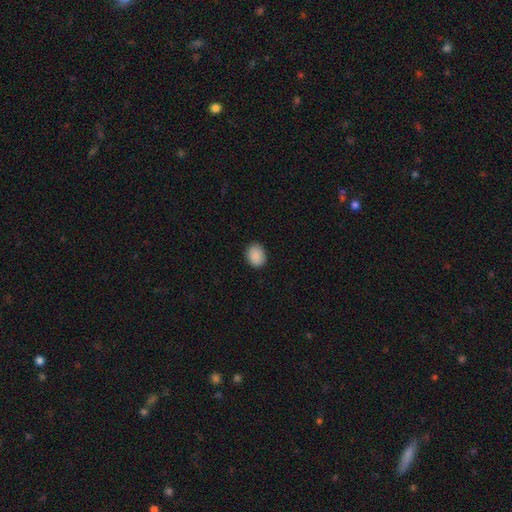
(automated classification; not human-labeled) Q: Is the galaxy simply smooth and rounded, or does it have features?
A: smooth — 89%.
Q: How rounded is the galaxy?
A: in between — 52%.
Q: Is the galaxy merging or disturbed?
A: none — 86%.